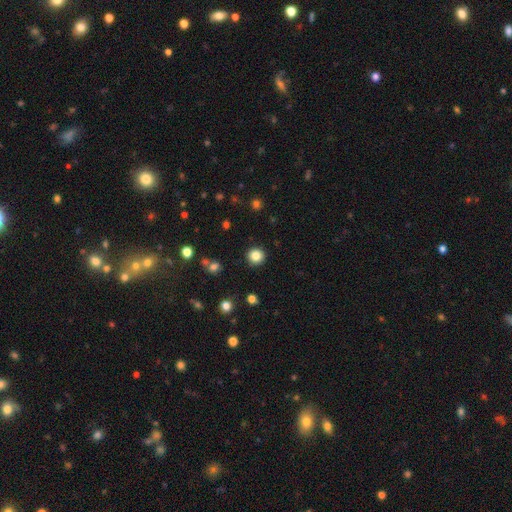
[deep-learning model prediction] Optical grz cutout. It shows a smooth galaxy with no disk features (84%) that is round (94%). Merging: none (92%).